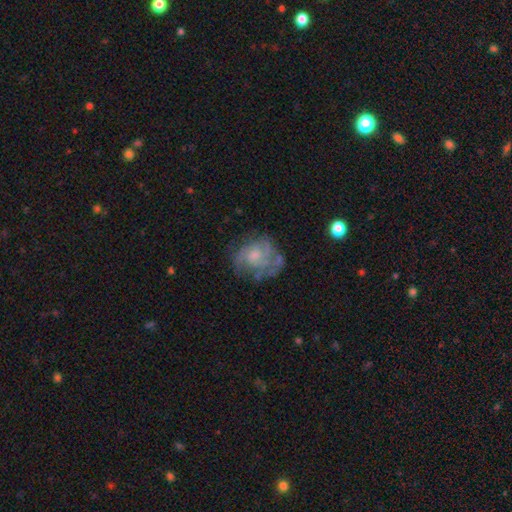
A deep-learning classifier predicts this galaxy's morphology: The model was most divided on "bulge size": small: 42%, moderate: 34%, none: 19%, large: 3%, dominant: 1%. More confident: edge-on disk — no (98%); spiral arms — yes (74%); bar — no (70%); smooth or featured — featured or disk (68%); merging — none (55%).